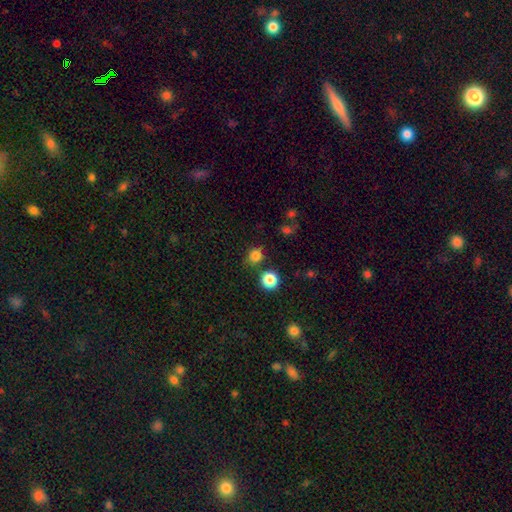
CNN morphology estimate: Smooth or featured? smooth (79%)
How rounded? round (83%)
Merging? none (73%)